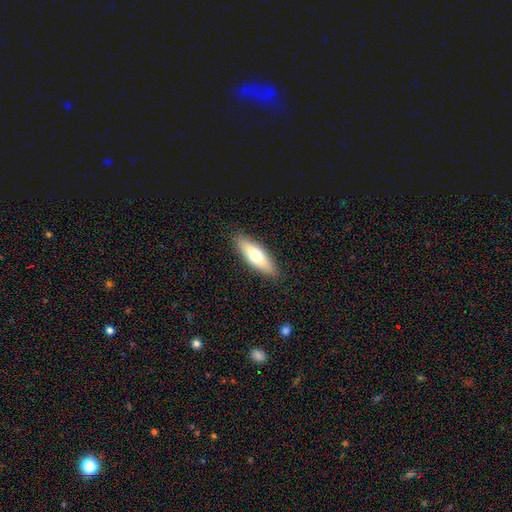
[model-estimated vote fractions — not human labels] smooth_or_featured: smooth (p=0.60) [alt: featured or disk p=0.34]
how_rounded: cigar-shaped (p=0.50) [alt: in between p=0.48]
merging: none (p=0.89) [alt: minor disturbance p=0.08]